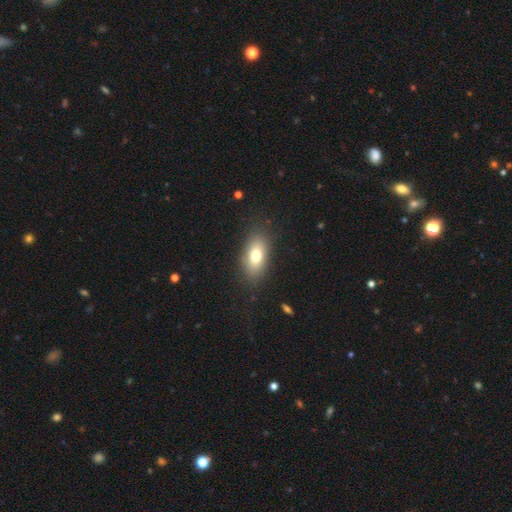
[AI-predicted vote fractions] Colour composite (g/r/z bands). It shows a smooth galaxy with no disk features (74%) that is in between round and cigar-shaped (86%). Merging: none (84%).